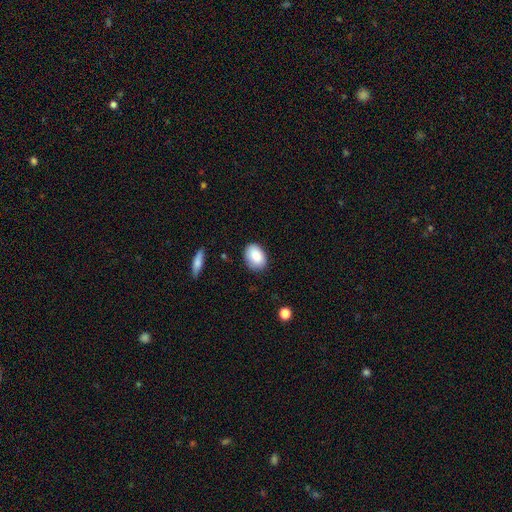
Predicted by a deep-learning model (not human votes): Overall: smooth (88%). How rounded: in between (81%). Merging: none (80%).